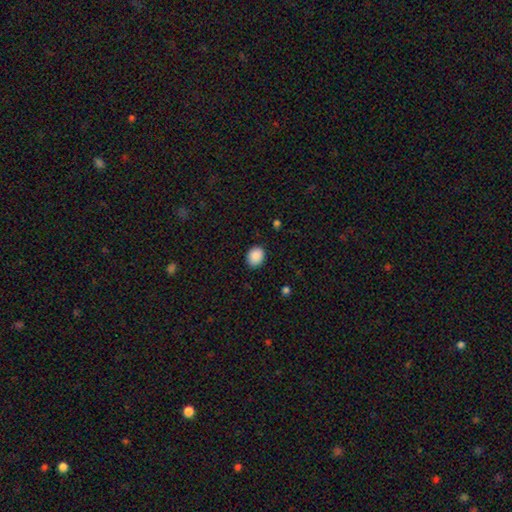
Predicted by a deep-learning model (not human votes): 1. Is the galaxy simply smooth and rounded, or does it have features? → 90% smooth, 8% star or artifact, 3% featured or disk.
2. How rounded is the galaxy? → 57% in between, 43% round, 1% cigar-shaped.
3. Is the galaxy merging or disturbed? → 87% none, 10% minor disturbance, 2% major disturbance, 1% merger.